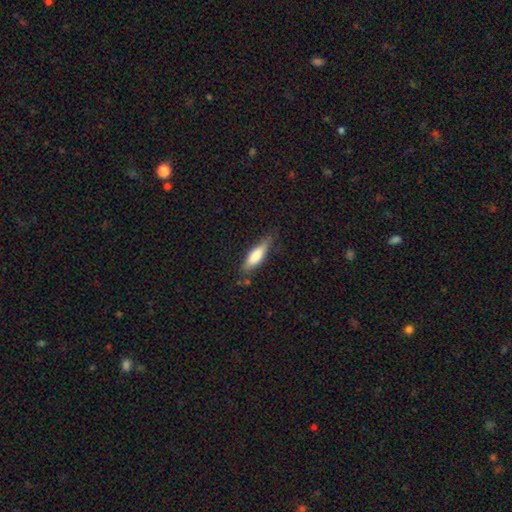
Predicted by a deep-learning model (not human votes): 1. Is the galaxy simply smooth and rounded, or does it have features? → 73% smooth, 21% featured or disk, 6% star or artifact.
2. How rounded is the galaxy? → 54% cigar-shaped, 44% in between, 2% round.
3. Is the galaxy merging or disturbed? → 68% none, 24% minor disturbance, 5% major disturbance, 2% merger.